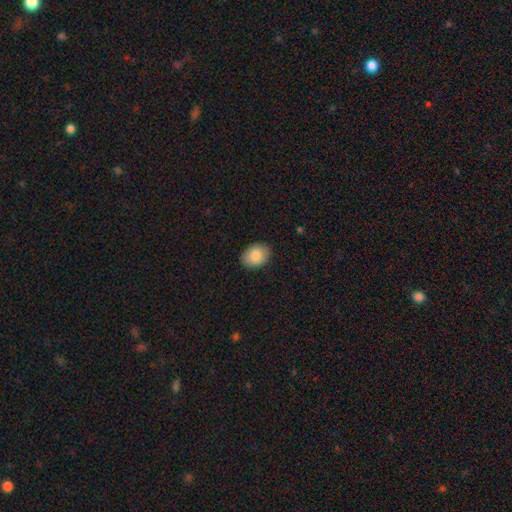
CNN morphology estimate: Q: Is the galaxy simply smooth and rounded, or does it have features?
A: smooth — 87%.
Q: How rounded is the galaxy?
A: in between — 74%.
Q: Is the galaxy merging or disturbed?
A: none — 87%.